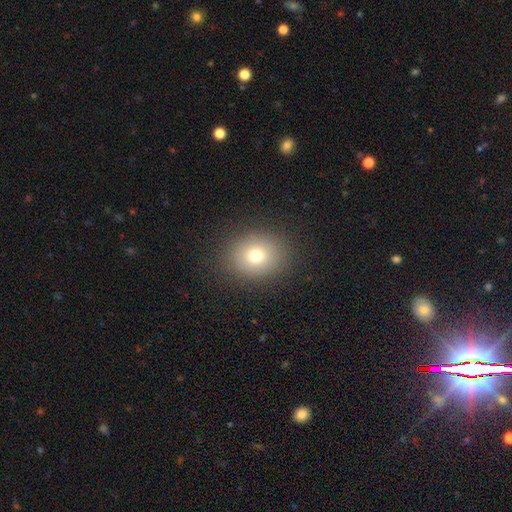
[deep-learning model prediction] smooth-or-featured: smooth: 74% | star or artifact: 13% | featured or disk: 12%
  how-rounded: round: 64% | in between: 35% | cigar-shaped: 1%
  merging: none: 87% | minor disturbance: 8% | major disturbance: 3% | merger: 1%